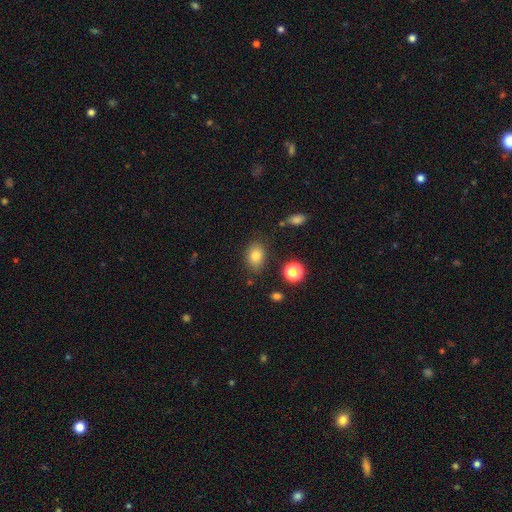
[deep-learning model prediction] Smooth or featured? Predicted: smooth (p=0.81). How rounded? Predicted: in between (p=0.75). Merging? Predicted: none (p=0.80).